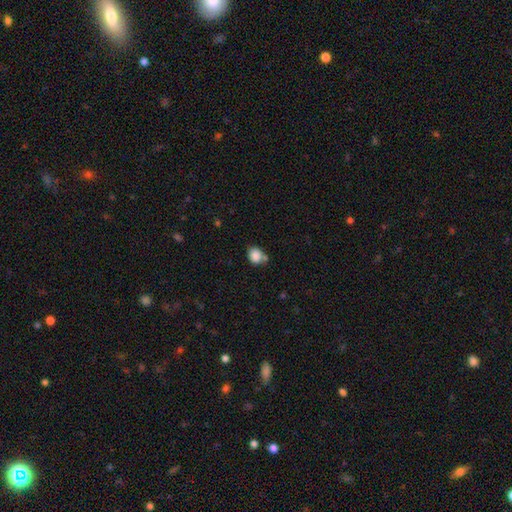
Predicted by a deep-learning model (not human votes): Smooth or featured?
  - smooth: 86% *
  - star or artifact: 9%
  - featured or disk: 5%
How rounded?
  - round: 61% *
  - in between: 38%
  - cigar-shaped: 1%
Merging?
  - none: 60% *
  - merger: 18%
  - minor disturbance: 17%
  - major disturbance: 5%